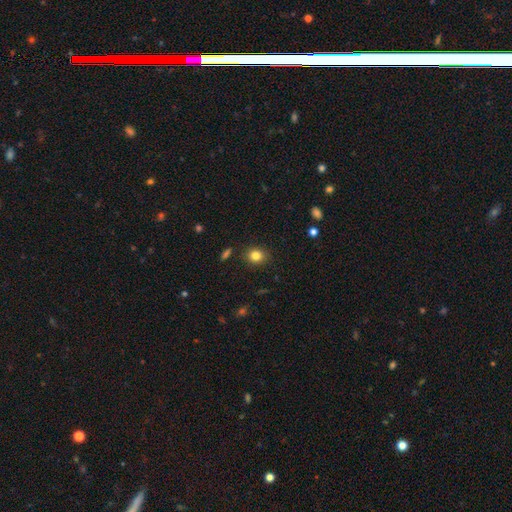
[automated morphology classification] This is clearly a smooth galaxy (83%). How rounded: likely round (69%). Merging: clearly none (88%).